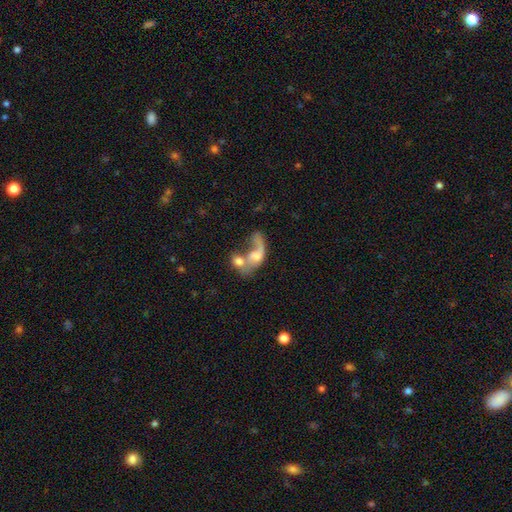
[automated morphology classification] Smooth or featured: featured or disk — 48% (smooth — 42%)
Merging: merger — 65% (major disturbance — 20%)